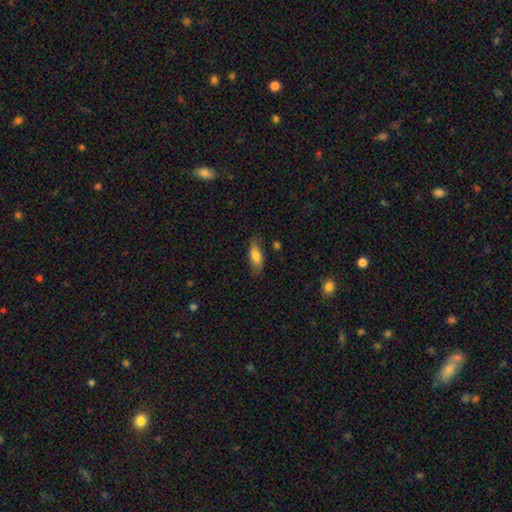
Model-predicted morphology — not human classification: Smooth or featured? Predicted: smooth (p=0.75). How rounded? Predicted: in between (p=0.77). Merging? Predicted: none (p=0.72).